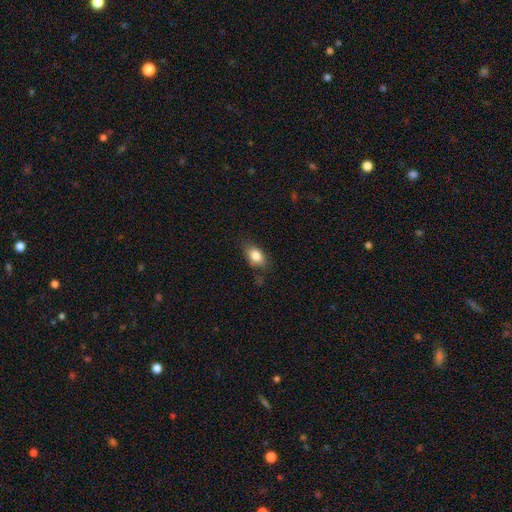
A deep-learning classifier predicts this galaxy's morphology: Overall: smooth (82%). How rounded: in between (83%). Merging: none (74%).